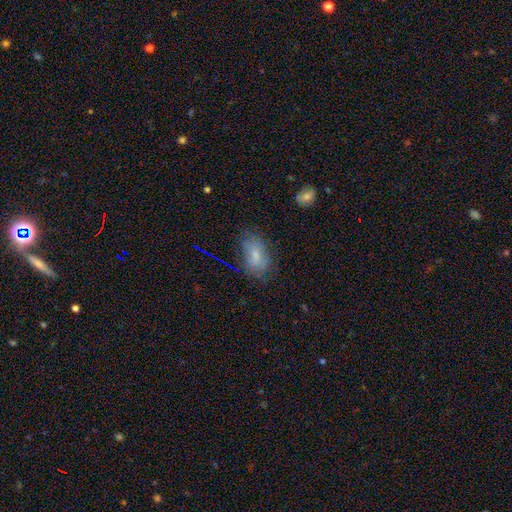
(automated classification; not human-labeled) Smooth or featured: smooth — 72% (featured or disk — 17%)
How rounded: in between — 90% (round — 8%)
Merging: none — 71% (minor disturbance — 20%)